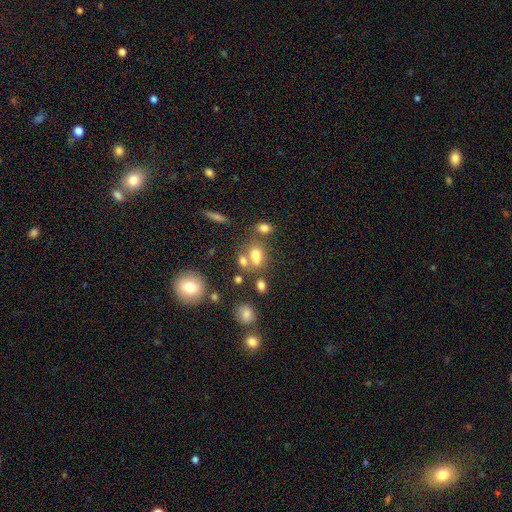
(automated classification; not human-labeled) This appears to be a smooth galaxy with no disk features (71%) that is in between round and cigar-shaped (73%). Merging: none (43%).